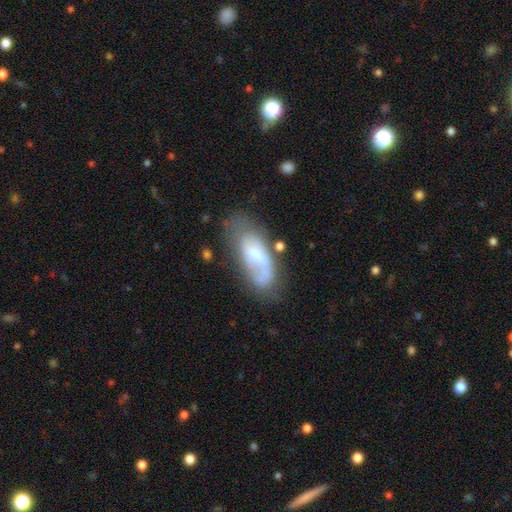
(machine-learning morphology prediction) Overall: featured or disk (46%, tied with smooth). Merging: none (48%; minor disturbance 25%).